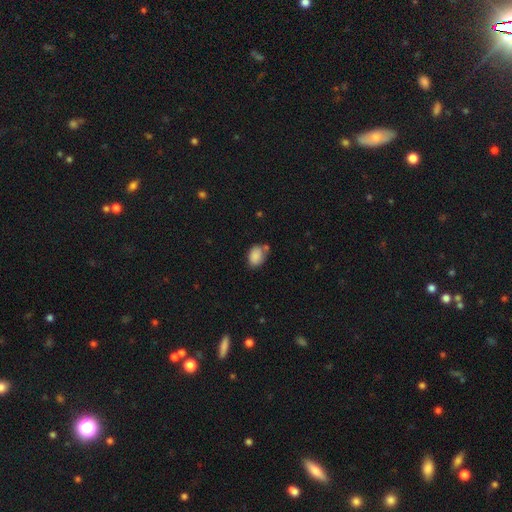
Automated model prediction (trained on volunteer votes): Smooth or featured: smooth — 87% (star or artifact — 8%)
How rounded: in between — 78% (round — 20%)
Merging: none — 59% (minor disturbance — 22%)